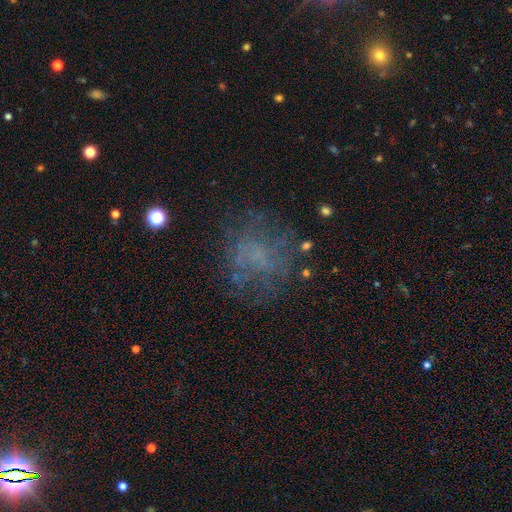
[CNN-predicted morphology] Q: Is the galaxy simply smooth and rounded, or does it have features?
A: featured or disk — 38%.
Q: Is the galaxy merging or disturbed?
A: none — 66%.